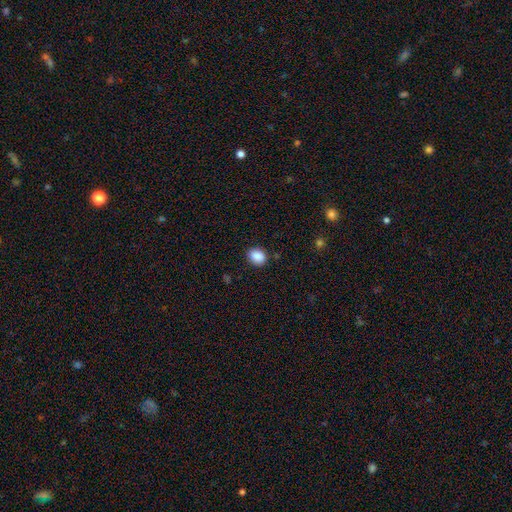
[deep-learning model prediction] Overall: smooth (89%). How rounded: in between (52%; round 47%). Merging: none (85%).